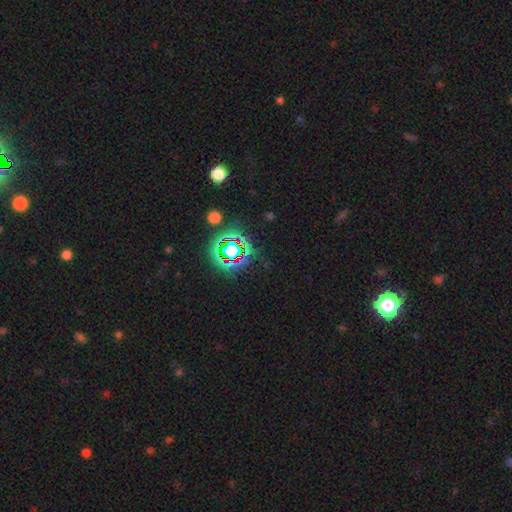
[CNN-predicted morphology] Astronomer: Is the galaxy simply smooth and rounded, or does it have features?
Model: star or artifact — 73%.